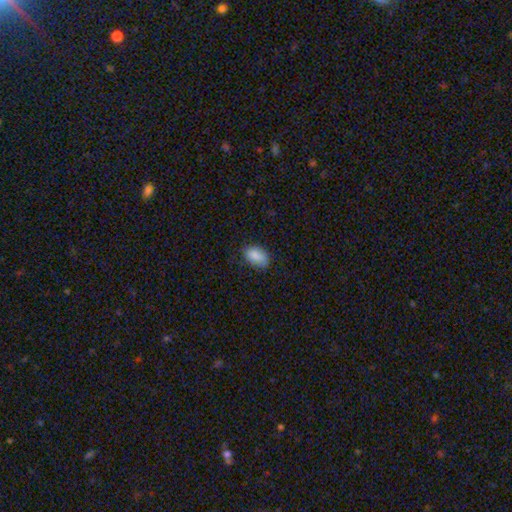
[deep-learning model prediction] This appears to be a smooth galaxy with no disk features (87%) that is in between round and cigar-shaped (90%). Merging: none (72%).